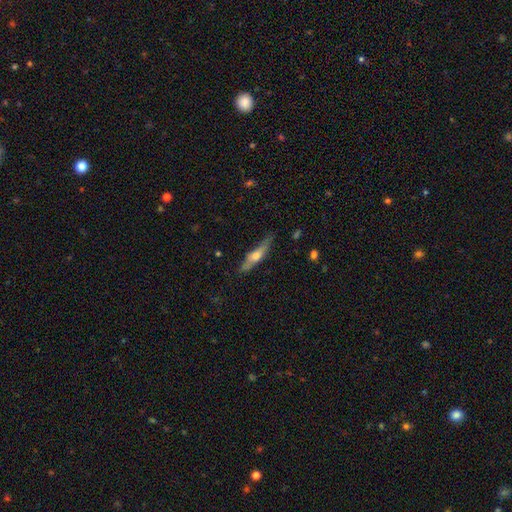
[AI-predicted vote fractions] This appears to be a featured or disk galaxy (56%) viewed edge-on (91%) with a rounded central bulge (89%). Merging: none (79%).